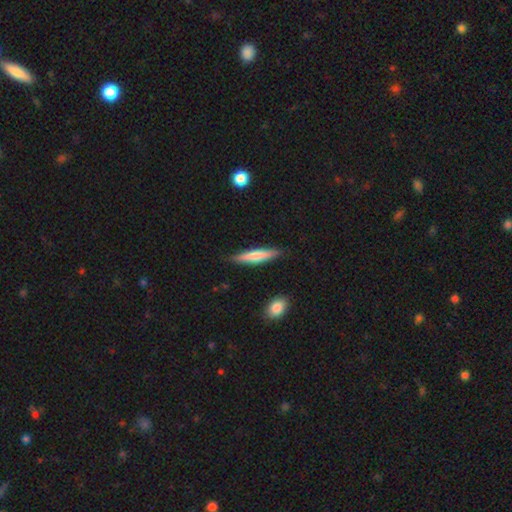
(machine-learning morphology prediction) smooth_or_featured: smooth (p=0.65) [alt: featured or disk p=0.29]
how_rounded: cigar-shaped (p=0.86) [alt: in between p=0.13]
merging: none (p=0.86) [alt: minor disturbance p=0.10]